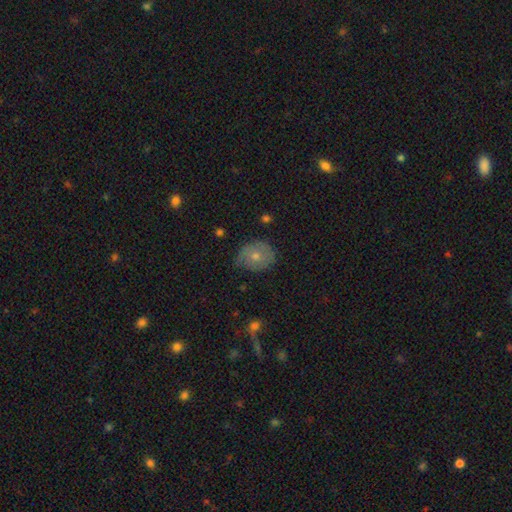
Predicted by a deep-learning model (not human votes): smooth 61%, featured or disk 30%, star or artifact 9%. Down the decision tree: how rounded — round (64%); merging — none (64%).